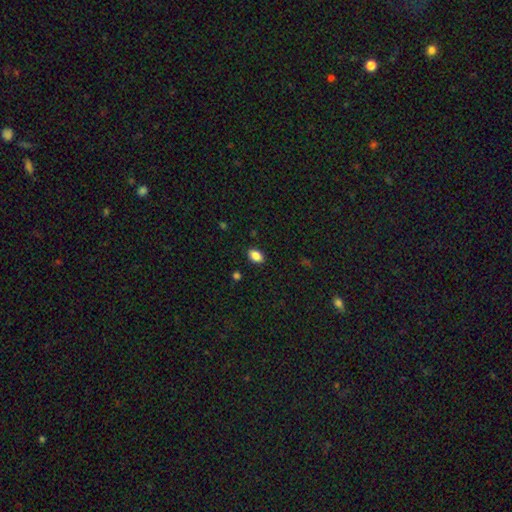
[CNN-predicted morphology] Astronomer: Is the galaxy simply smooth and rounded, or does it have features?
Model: smooth — 86%.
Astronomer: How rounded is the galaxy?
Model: in between — 88%.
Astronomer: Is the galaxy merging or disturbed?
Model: none — 88%.